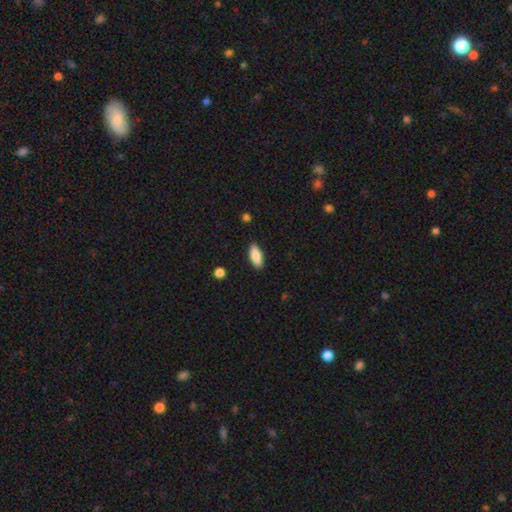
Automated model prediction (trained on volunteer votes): Overall: smooth (85%). How rounded: in between (72%). Merging: none (87%).